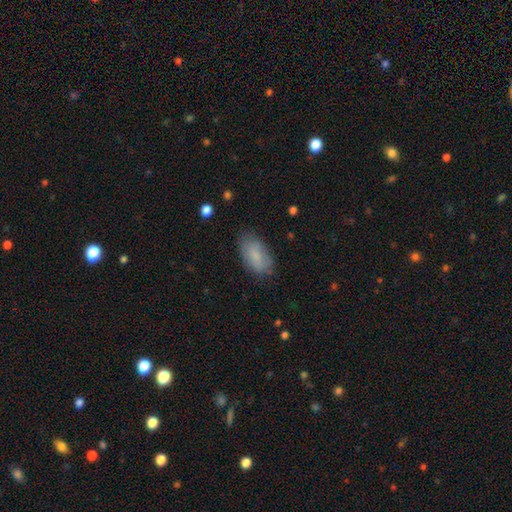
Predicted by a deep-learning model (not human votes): A smooth galaxy with no disk features (80%) that is in between round and cigar-shaped (93%). Merging: none (76%).